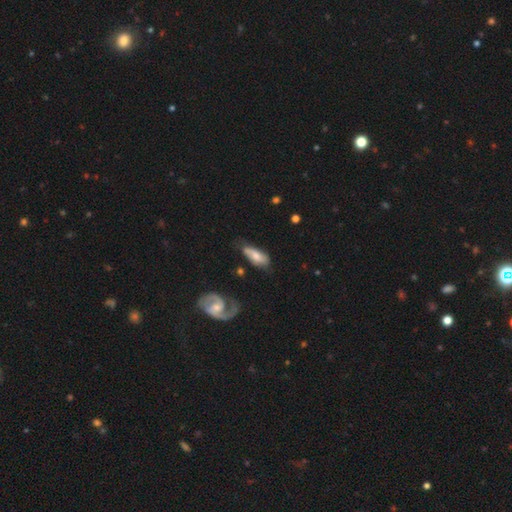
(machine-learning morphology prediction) Smooth or featured: smooth — 56% (featured or disk — 37%)
How rounded: in between — 77% (cigar-shaped — 20%)
Merging: none — 51% (minor disturbance — 31%)